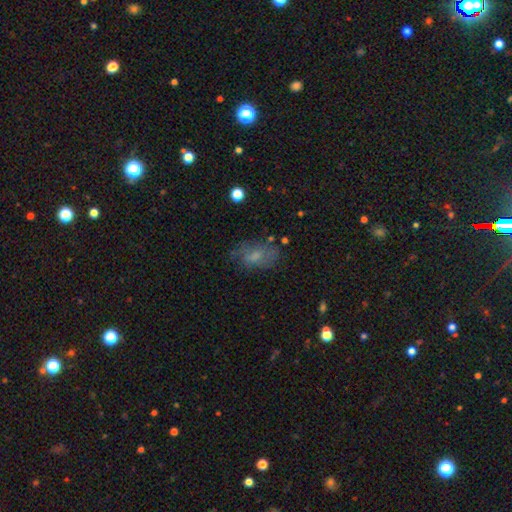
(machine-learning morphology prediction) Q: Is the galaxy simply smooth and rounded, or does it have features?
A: smooth — 56%.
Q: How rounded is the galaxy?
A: in between — 86%.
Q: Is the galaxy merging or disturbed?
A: none — 59%.